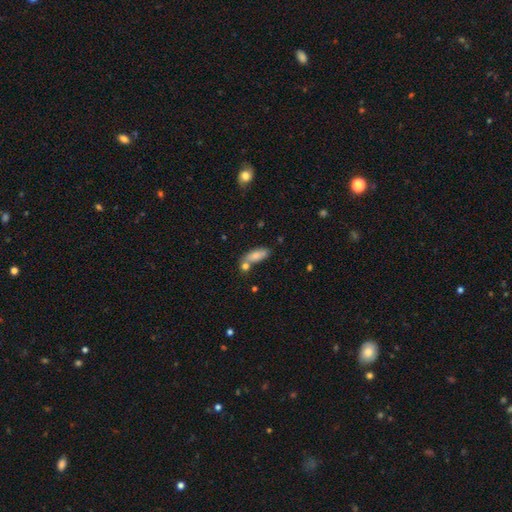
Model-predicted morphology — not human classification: Smooth or featured? smooth (79%)
How rounded? in between (71%)
Merging? none (58%)